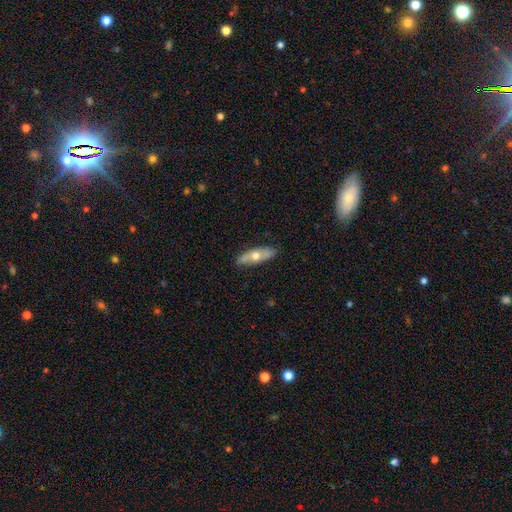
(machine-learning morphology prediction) Smooth or featured: smooth — 48% (featured or disk — 46%)
Merging: none — 86% (minor disturbance — 11%)